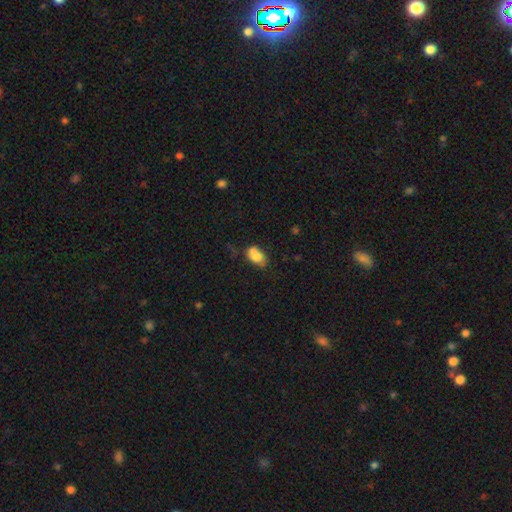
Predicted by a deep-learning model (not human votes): Smooth or featured: smooth — 72% (featured or disk — 19%)
How rounded: in between — 81% (round — 17%)
Merging: none — 40% (merger — 26%)